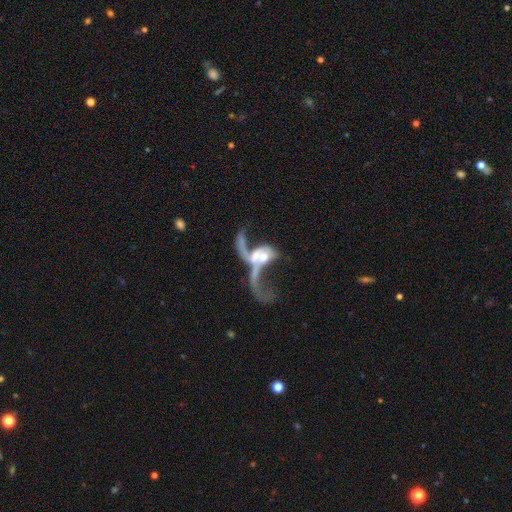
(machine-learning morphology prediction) smooth-or-featured: featured or disk: 70% | smooth: 22% | star or artifact: 8%
  disk-edge-on: no: 94% | yes: 6%
    bar: no: 67% | weak: 25% | strong: 9%
    has-spiral-arms: yes: 65% | no: 35%
    bulge-size: moderate: 53% | small: 21% | large: 15% | none: 7% | dominant: 3%
  merging: merger: 65% | major disturbance: 23% | none: 8% | minor disturbance: 5%